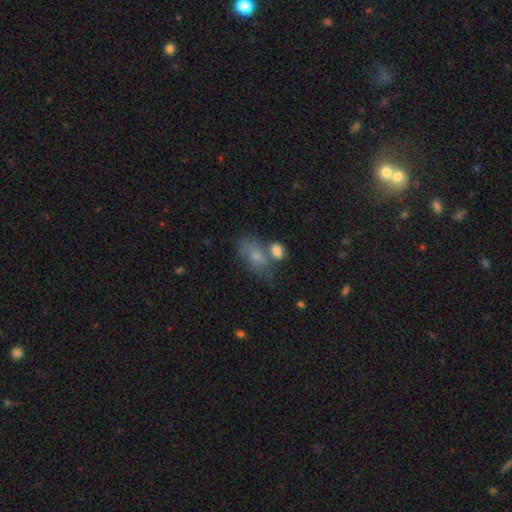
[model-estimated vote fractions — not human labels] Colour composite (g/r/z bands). It shows a smooth galaxy with no disk features (68%) that is in between round and cigar-shaped (86%). Merging: none (36%).